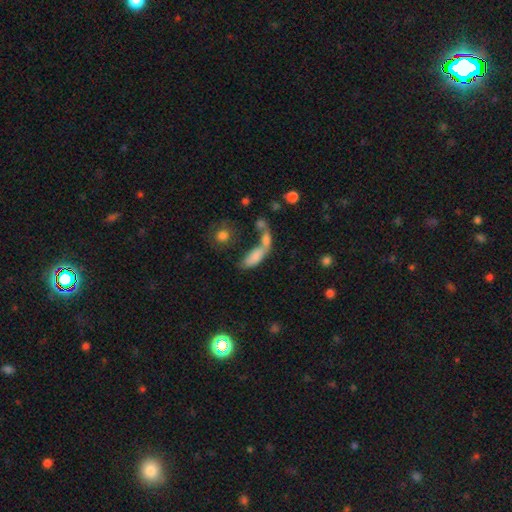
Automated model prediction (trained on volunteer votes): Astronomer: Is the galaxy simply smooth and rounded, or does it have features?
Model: smooth — 76%.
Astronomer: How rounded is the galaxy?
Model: in between — 72%.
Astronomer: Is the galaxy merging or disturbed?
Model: merger — 55%.